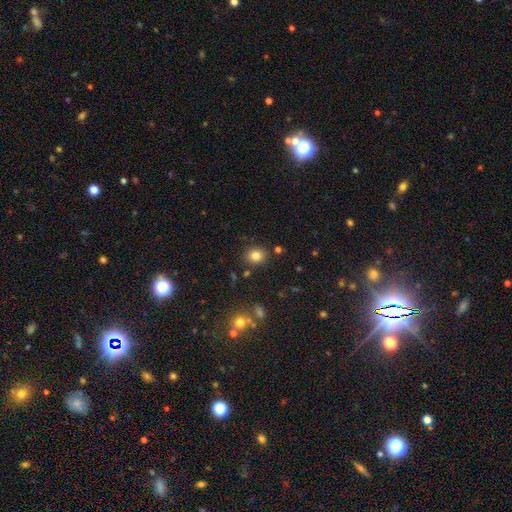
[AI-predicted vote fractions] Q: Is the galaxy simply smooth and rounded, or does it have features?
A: smooth — 81%.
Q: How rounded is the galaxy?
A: round — 67%.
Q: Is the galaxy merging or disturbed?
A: none — 85%.